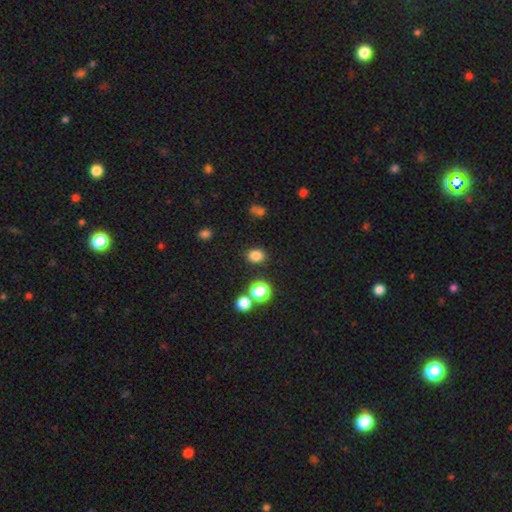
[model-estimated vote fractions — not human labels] Q: Smooth or featured?
A: smooth (80%); runner-up: star or artifact (15%)
Q: How rounded?
A: round (53%); runner-up: in between (46%)
Q: Merging?
A: none (85%); runner-up: minor disturbance (8%)